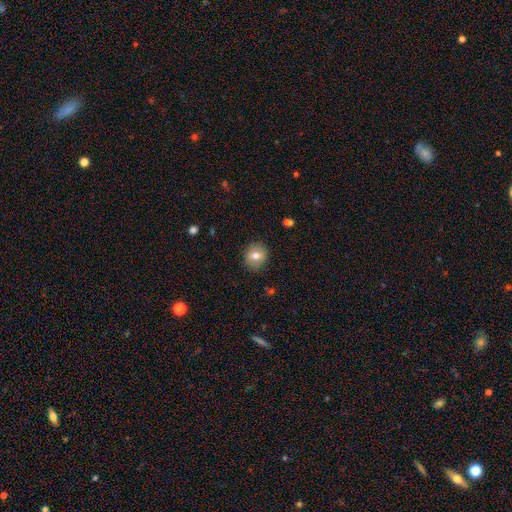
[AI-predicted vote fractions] Smooth or featured? Predicted: smooth (p=0.74). How rounded? Predicted: round (p=0.79). Merging? Predicted: none (p=0.88).